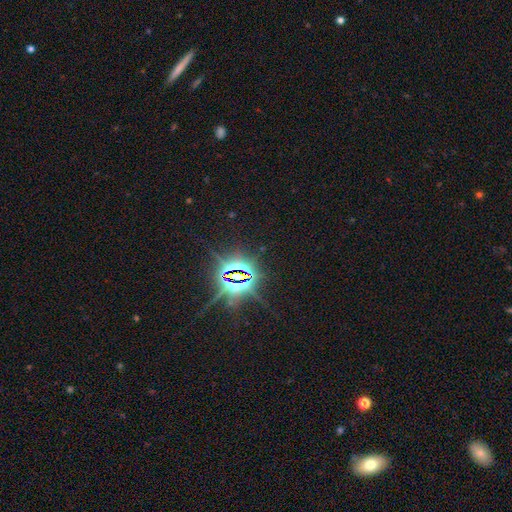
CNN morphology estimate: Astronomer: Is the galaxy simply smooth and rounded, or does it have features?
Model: star or artifact — 85%.